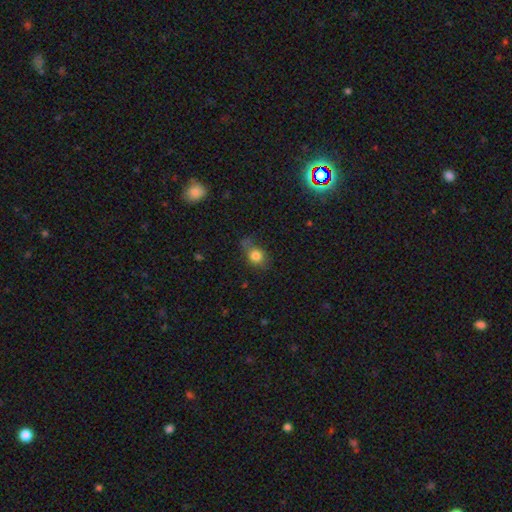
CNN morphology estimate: Smooth or featured: smooth — 80% (star or artifact — 12%)
How rounded: round — 62% (in between — 37%)
Merging: none — 58% (minor disturbance — 24%)